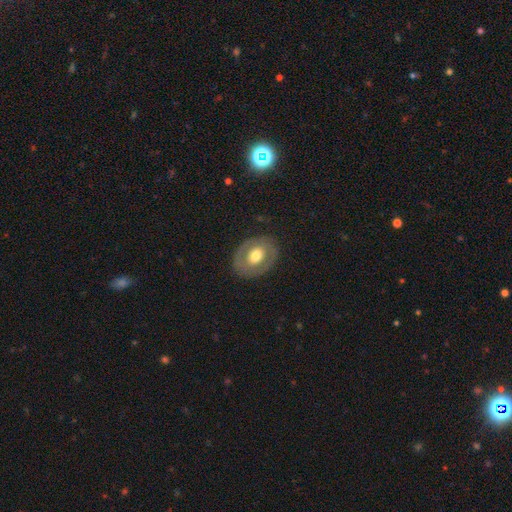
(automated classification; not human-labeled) Smooth or featured? Predicted: smooth (p=0.48). Merging? Predicted: none (p=0.81).